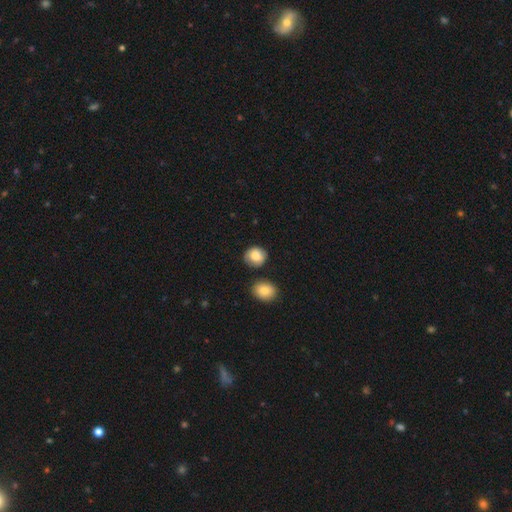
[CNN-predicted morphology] smooth 81%, featured or disk 12%, star or artifact 7%. Down the decision tree: how rounded — round (78%); merging — none (75%).